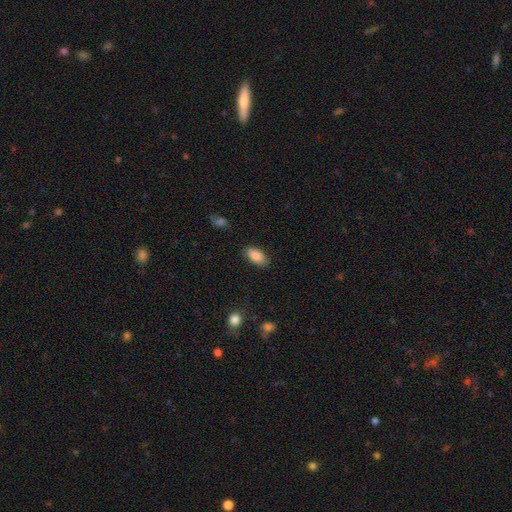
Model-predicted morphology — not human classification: smooth-or-featured: smooth: 88% | star or artifact: 7% | featured or disk: 5%
  how-rounded: in between: 92% | cigar-shaped: 5% | round: 3%
  merging: none: 83% | minor disturbance: 12% | major disturbance: 3% | merger: 1%